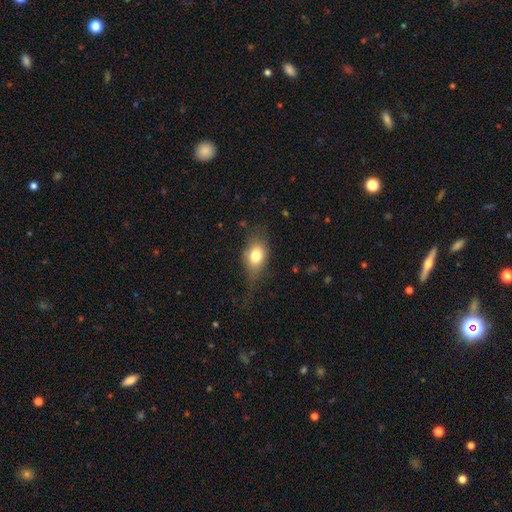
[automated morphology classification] This appears to be a smooth galaxy with no disk features (75%) that is in between round and cigar-shaped (69%). Merging: none (52%).